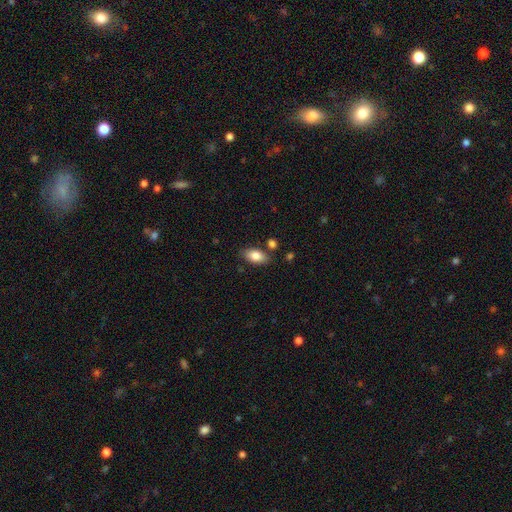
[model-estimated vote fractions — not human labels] Morphology: type=smooth (84%); roundness=in between (92%); merging=none (80%).